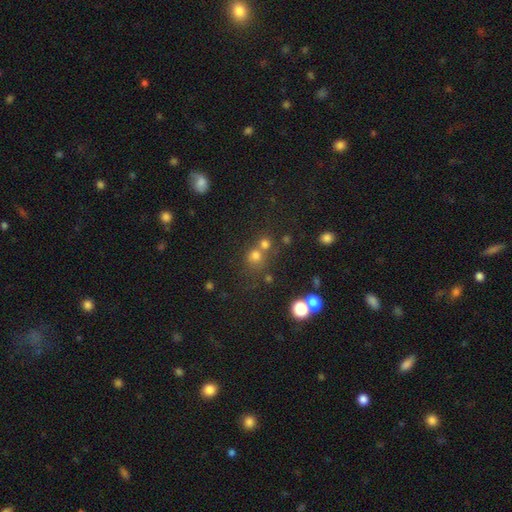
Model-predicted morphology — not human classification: A smooth galaxy with no disk features (68%) that is round (86%).

Vote fractions:
- Smooth or featured? smooth: 68% / star or artifact: 23% / featured or disk: 10%
- How rounded? round: 86% / in between: 13% / cigar-shaped: 1%
- Merging? none: 53% / merger: 34% / minor disturbance: 8% / major disturbance: 5%